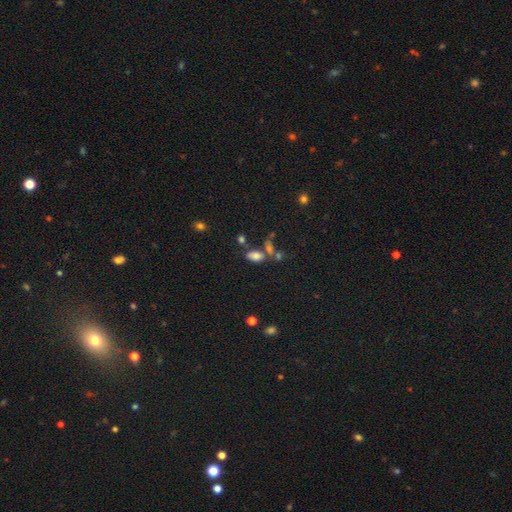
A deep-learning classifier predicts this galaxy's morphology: smooth 76%, star or artifact 14%, featured or disk 10%. Down the decision tree: how rounded — in between (90%); merging — none (48%).